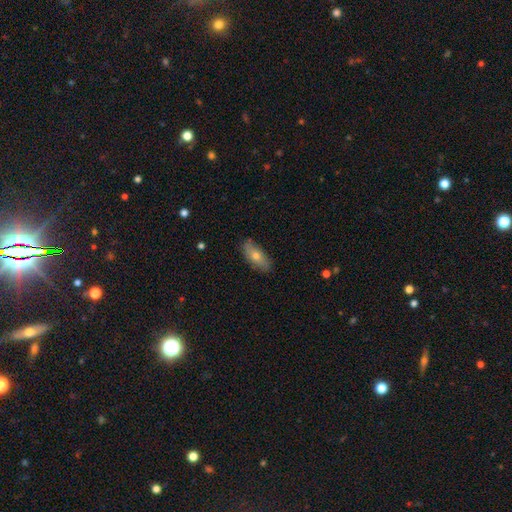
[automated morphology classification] Smooth or featured? Predicted: smooth (p=0.62). How rounded? Predicted: in between (p=0.75). Merging? Predicted: none (p=0.83).